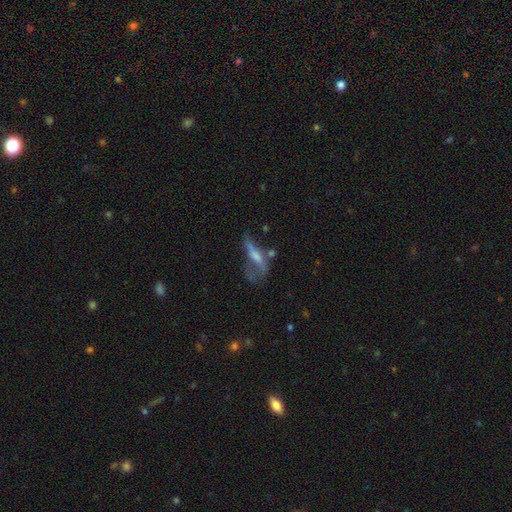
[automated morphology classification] Smooth or featured? featured or disk (46%)
Merging? major disturbance (43%)